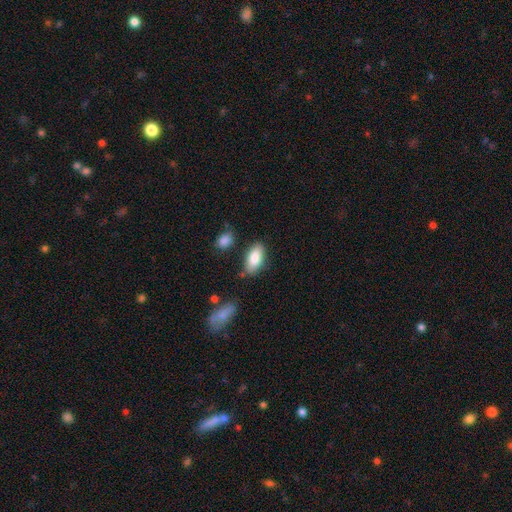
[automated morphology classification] Q: Smooth or featured?
A: smooth (85%); runner-up: featured or disk (9%)
Q: How rounded?
A: in between (90%); runner-up: cigar-shaped (8%)
Q: Merging?
A: none (79%); runner-up: minor disturbance (14%)